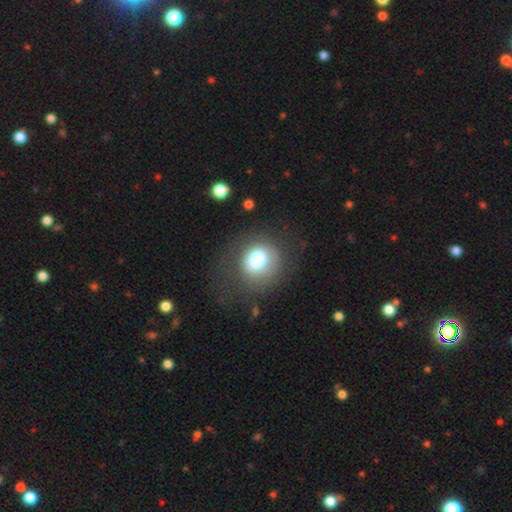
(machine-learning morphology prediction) smooth 74%, featured or disk 16%, star or artifact 10%. Down the decision tree: how rounded — round (82%); merging — none (53%).